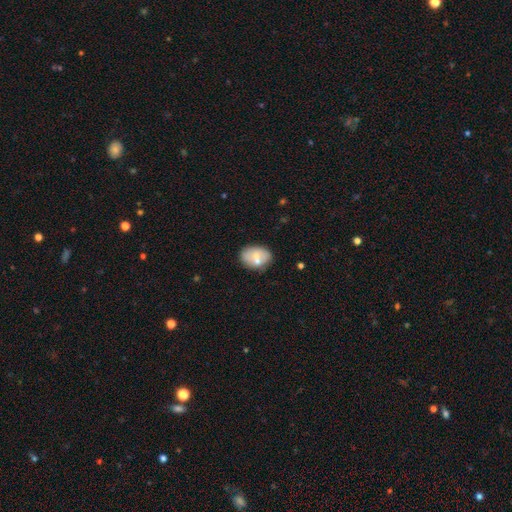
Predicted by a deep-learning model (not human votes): Smooth or featured?
  - smooth: 59% *
  - featured or disk: 33%
  - star or artifact: 8%
How rounded?
  - in between: 75% *
  - round: 24%
  - cigar-shaped: 2%
Merging?
  - none: 63% *
  - minor disturbance: 18%
  - merger: 15%
  - major disturbance: 5%